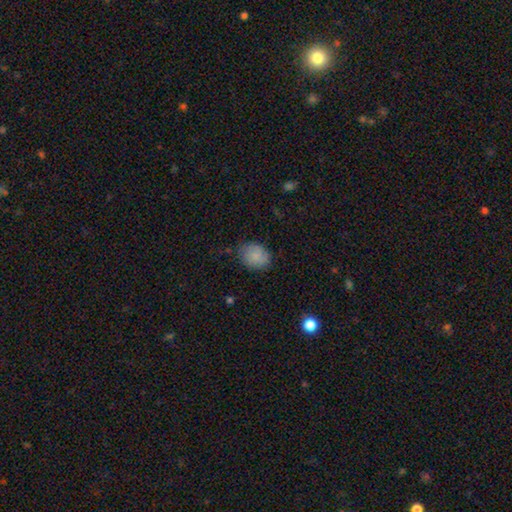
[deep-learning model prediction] The model was most divided on "how rounded": in between: 57%, round: 42%, cigar-shaped: 1%. More confident: smooth or featured — smooth (84%); merging — none (77%).